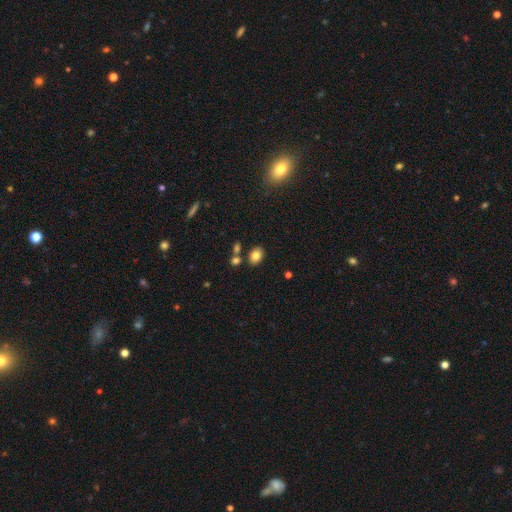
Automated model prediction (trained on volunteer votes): Overall: smooth (81%). How rounded: in between (71%). Merging: none (76%).